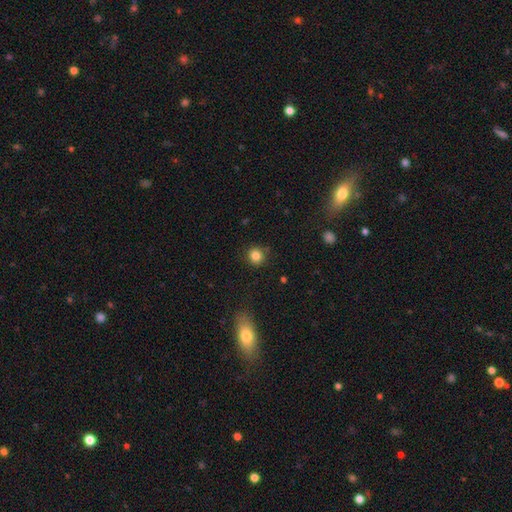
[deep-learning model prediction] smooth_or_featured: smooth (p=0.84) [alt: star or artifact p=0.11]
how_rounded: round (p=0.89) [alt: in between p=0.10]
merging: none (p=0.84) [alt: minor disturbance p=0.12]